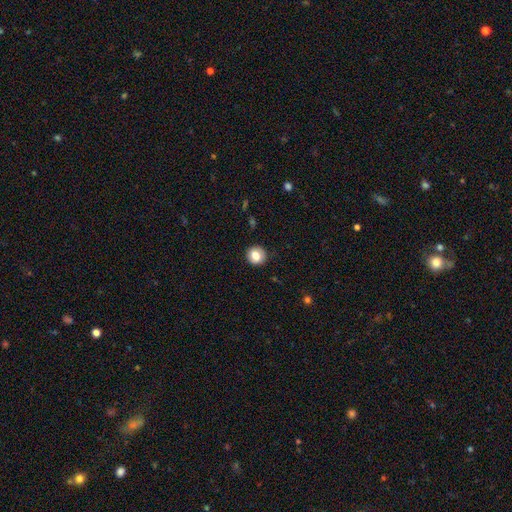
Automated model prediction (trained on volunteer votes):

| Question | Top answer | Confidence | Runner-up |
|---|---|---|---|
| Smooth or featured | smooth | 80% | featured or disk (11%) |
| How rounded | round | 89% | in between (10%) |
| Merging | none | 89% | minor disturbance (8%) |